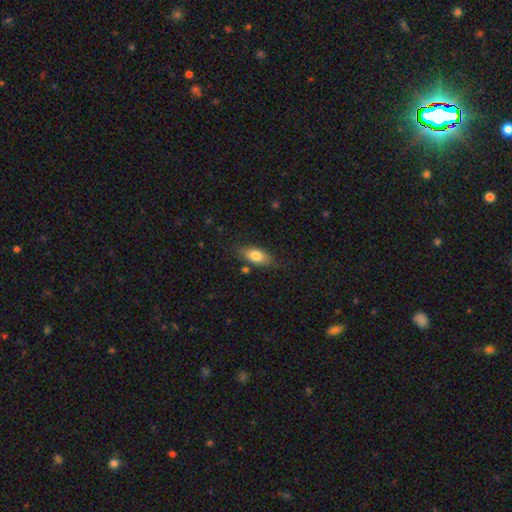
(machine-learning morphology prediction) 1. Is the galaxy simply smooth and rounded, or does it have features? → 78% smooth, 15% featured or disk, 7% star or artifact.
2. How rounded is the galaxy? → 84% in between, 12% cigar-shaped, 4% round.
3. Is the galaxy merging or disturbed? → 77% none, 16% minor disturbance, 4% major disturbance, 3% merger.